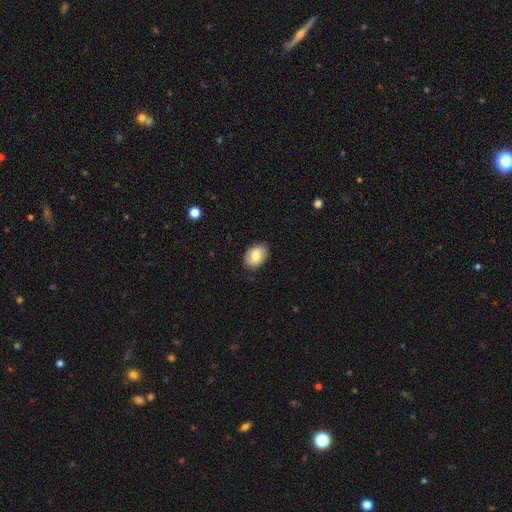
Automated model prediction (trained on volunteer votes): Smooth or featured? Predicted: smooth (p=0.78). How rounded? Predicted: in between (p=0.71). Merging? Predicted: none (p=0.85).